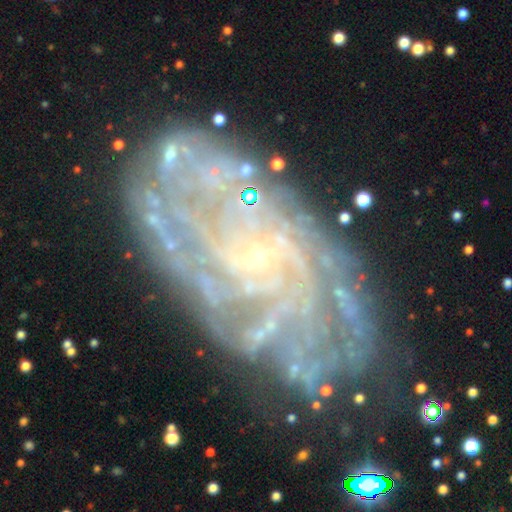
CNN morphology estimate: A featured or disk galaxy (78%) with no bar (61%), tight (73%) spiral arms (93%) and a small central bulge (79%).

Vote fractions:
- Smooth or featured? featured or disk: 78% / star or artifact: 12% / smooth: 10%
- Edge-on disk? no: 94% / yes: 6%
- Bar? no: 61% / weak: 29% / strong: 9%
- Spiral arms? yes: 93% / no: 7%
- Spiral winding? tight: 73% / medium: 21% / loose: 6%
- Spiral arm count? can't tell: 41% / more than 4: 15% / 4: 13% / 2: 11% / 3: 11% / 1: 8%
- Bulge size? small: 79% / moderate: 10% / none: 8% / large: 2% / dominant: 1%
- Merging? none: 79% / minor disturbance: 14% / major disturbance: 5% / merger: 2%